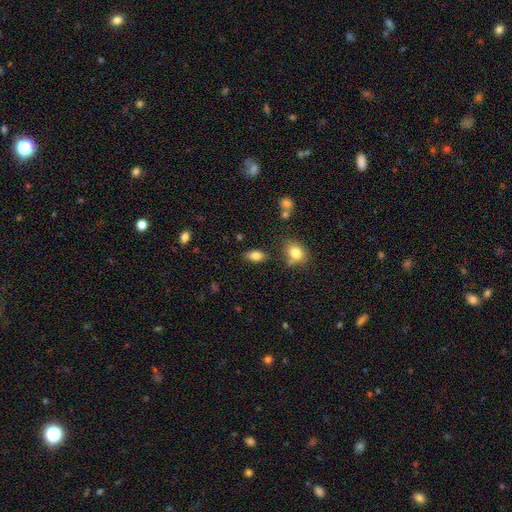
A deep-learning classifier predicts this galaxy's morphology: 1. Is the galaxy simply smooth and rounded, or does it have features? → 82% smooth, 9% star or artifact, 9% featured or disk.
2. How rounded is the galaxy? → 90% in between, 7% round, 3% cigar-shaped.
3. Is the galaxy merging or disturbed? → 80% none, 12% minor disturbance, 5% merger, 3% major disturbance.